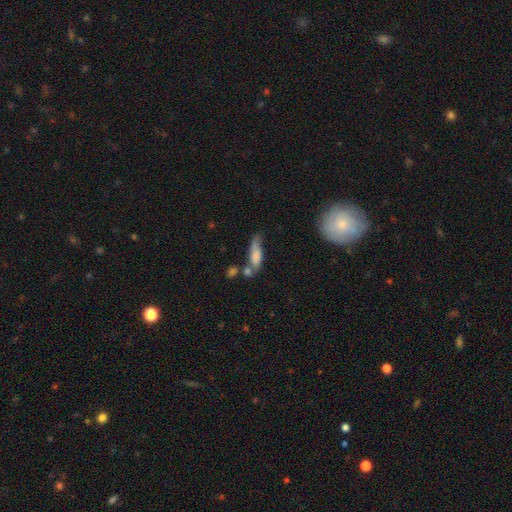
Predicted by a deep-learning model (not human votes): Smooth or featured? smooth (69%)
How rounded? in between (52%)
Merging? none (33%)